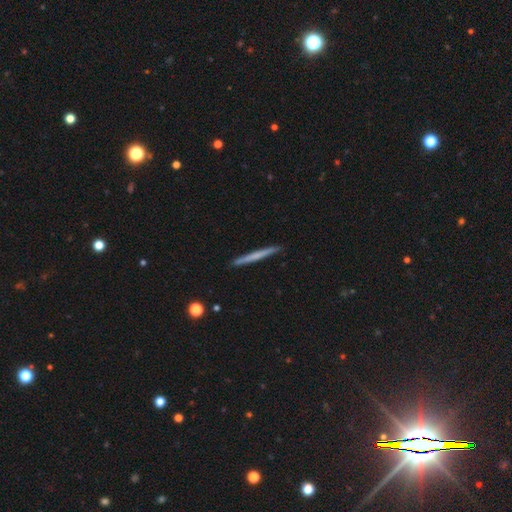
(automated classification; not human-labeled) Q: Smooth or featured?
A: smooth (53%); runner-up: featured or disk (42%)
Q: How rounded?
A: cigar-shaped (97%); runner-up: in between (2%)
Q: Merging?
A: none (91%); runner-up: minor disturbance (6%)